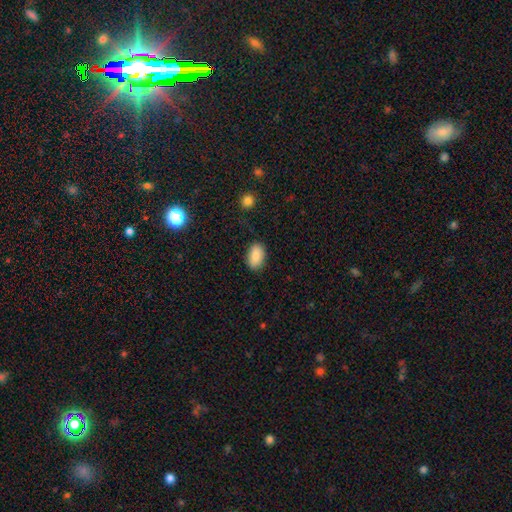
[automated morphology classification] The model was most divided on "merging": none: 83%, minor disturbance: 12%, major disturbance: 3%, merger: 1%. More confident: how rounded — in between (91%); smooth or featured — smooth (88%).